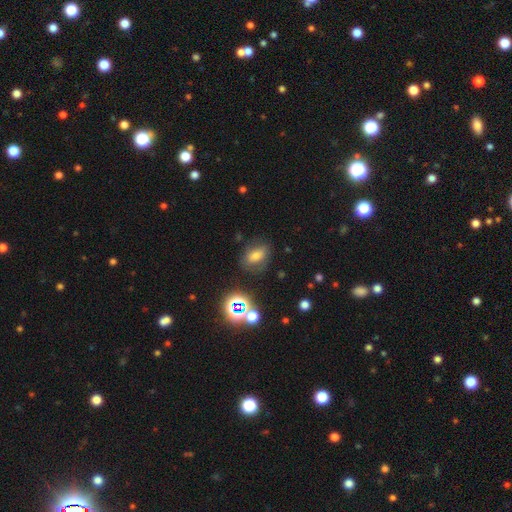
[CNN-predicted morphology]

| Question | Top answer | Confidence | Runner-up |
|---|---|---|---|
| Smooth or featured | smooth | 61% | star or artifact (20%) |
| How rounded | in between | 76% | round (21%) |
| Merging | none | 72% | minor disturbance (17%) |